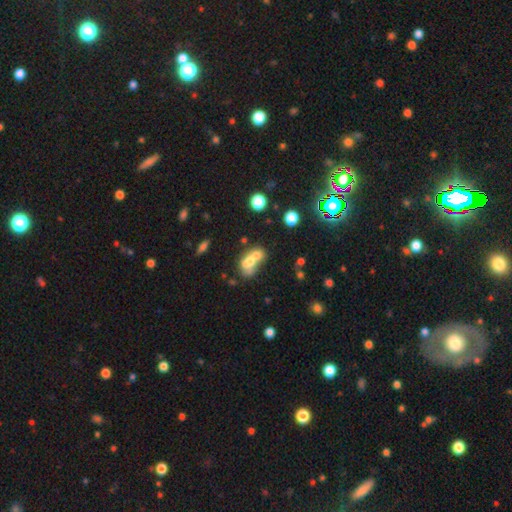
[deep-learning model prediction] A star or artifact, not a galaxy (41%).

Vote fractions:
- Smooth or featured? star or artifact: 41% / smooth: 37% / featured or disk: 23%